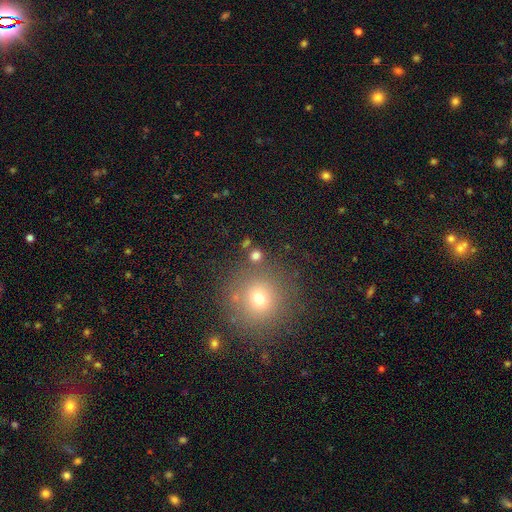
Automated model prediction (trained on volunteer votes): Smooth or featured? smooth (71%)
How rounded? round (88%)
Merging? none (79%)